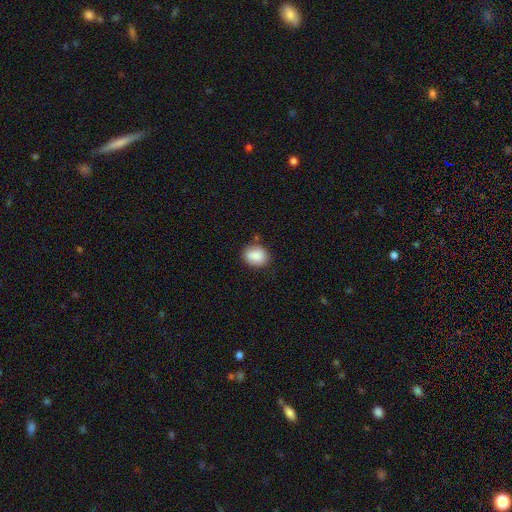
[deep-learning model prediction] This appears to be a smooth galaxy with no disk features (84%) that is round (51%). Merging: none (80%).